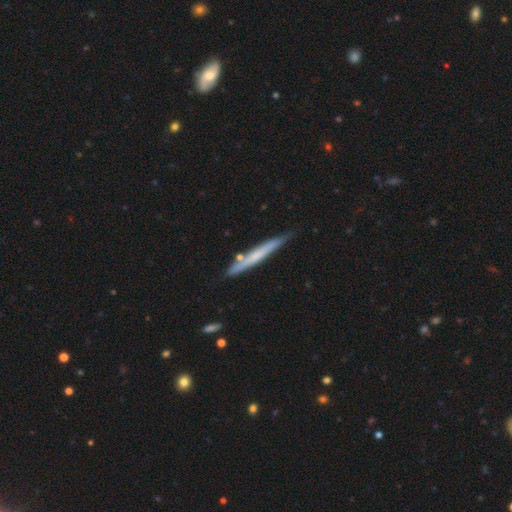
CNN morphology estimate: Overall: smooth (49%; featured or disk 45%). Merging: none (78%).